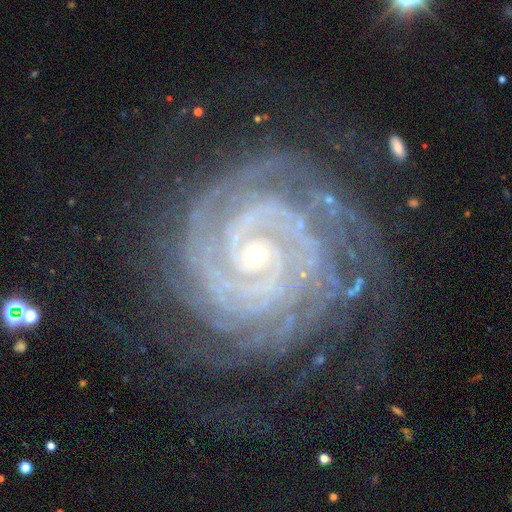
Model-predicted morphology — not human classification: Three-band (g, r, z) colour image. It shows a featured or disk galaxy (92%) with no bar (62%), 2 (29%) tight (87%) spiral arms (99%) and a small central bulge (81%). Merging: none (72%).